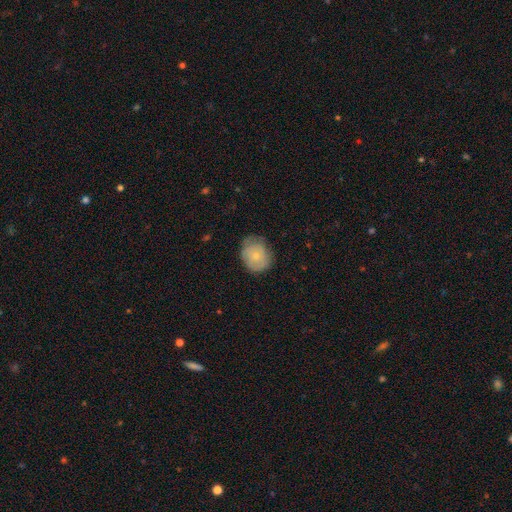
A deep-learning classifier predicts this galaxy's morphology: Overall: smooth (70%). How rounded: round (62%; in between 37%). Merging: none (61%; minor disturbance 29%).